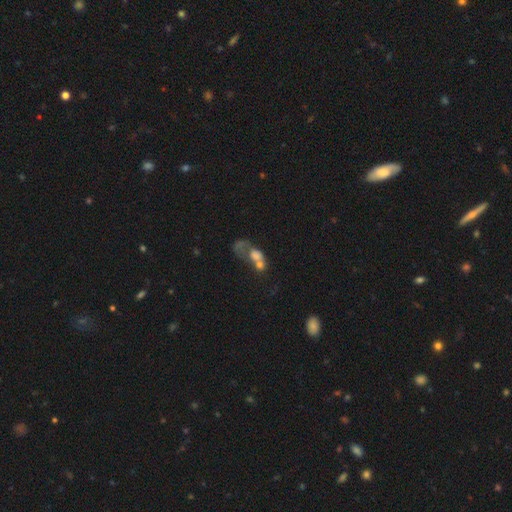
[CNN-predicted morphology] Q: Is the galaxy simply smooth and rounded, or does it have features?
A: smooth — 53%.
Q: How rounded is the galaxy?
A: in between — 54%.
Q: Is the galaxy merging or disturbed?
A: merger — 62%.